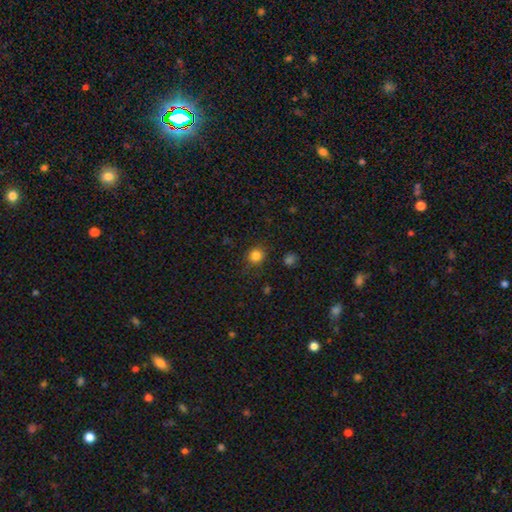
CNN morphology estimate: This appears to be a smooth galaxy with no disk features (82%) that is round (83%). Merging: none (85%).